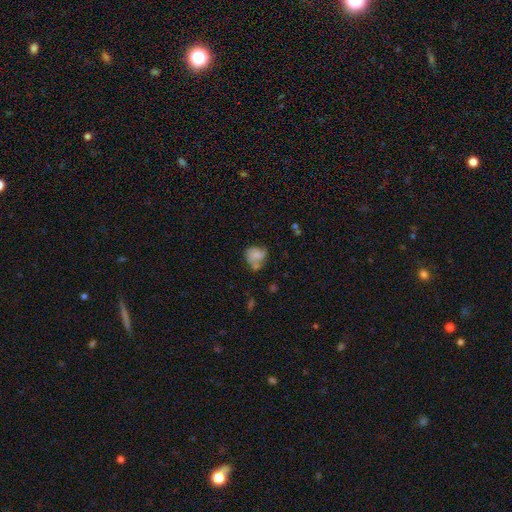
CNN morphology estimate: Smooth or featured? smooth (57%)
How rounded? round (50%)
Merging? none (36%)